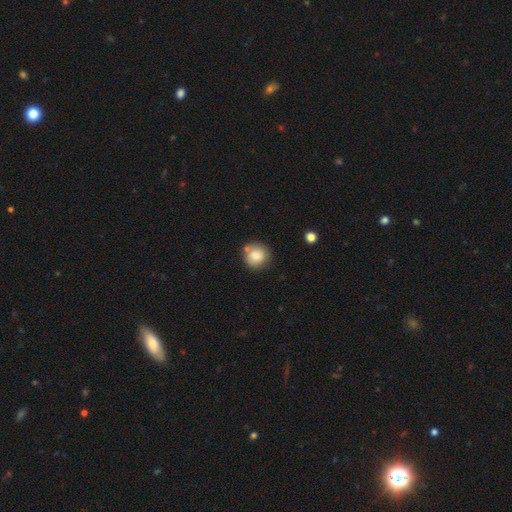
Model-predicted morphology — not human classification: smooth 80%, featured or disk 11%, star or artifact 9%. Down the decision tree: how rounded — round (92%); merging — none (74%).